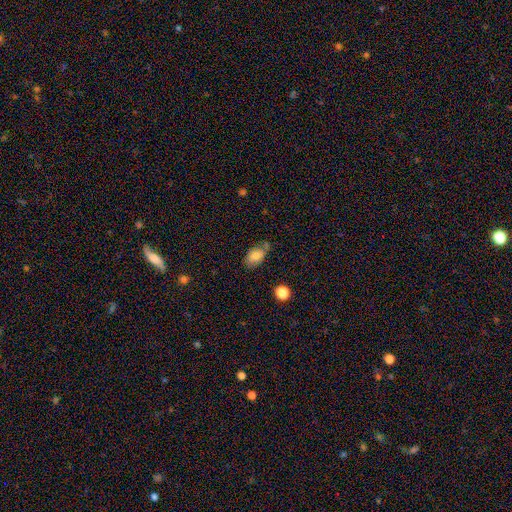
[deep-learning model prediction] smooth 79%, featured or disk 12%, star or artifact 9%. Down the decision tree: how rounded — in between (88%); merging — none (60%).